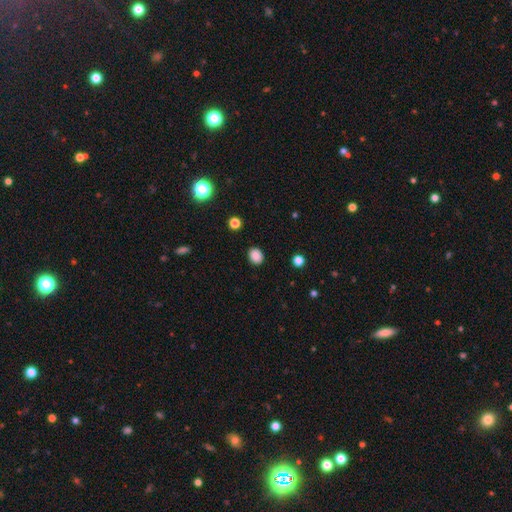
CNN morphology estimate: This is clearly a smooth galaxy (87%). How rounded: possibly round (51%). Merging: clearly none (88%).